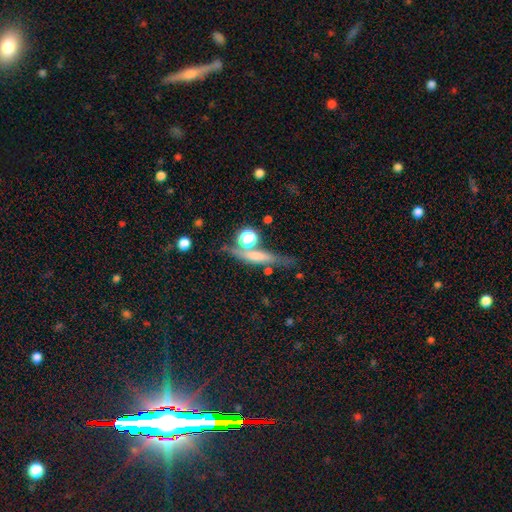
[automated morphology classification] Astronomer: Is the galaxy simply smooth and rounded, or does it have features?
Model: smooth — 47% (runner-up: featured or disk, 41%).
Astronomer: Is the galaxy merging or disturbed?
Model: none — 66%.